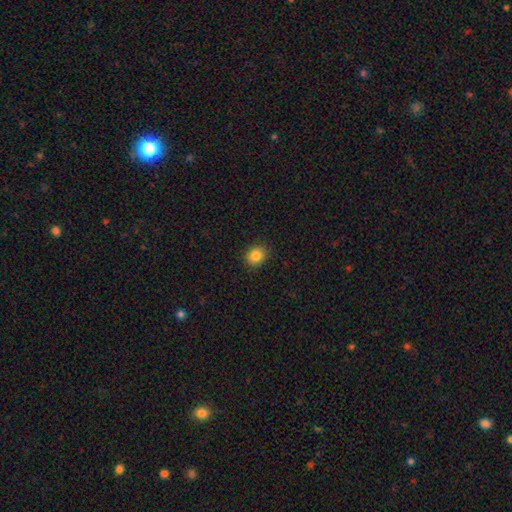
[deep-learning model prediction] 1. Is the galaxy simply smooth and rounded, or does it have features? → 84% smooth, 10% star or artifact, 6% featured or disk.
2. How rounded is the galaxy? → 68% round, 32% in between, 1% cigar-shaped.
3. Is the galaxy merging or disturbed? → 90% none, 7% minor disturbance, 2% major disturbance, 1% merger.